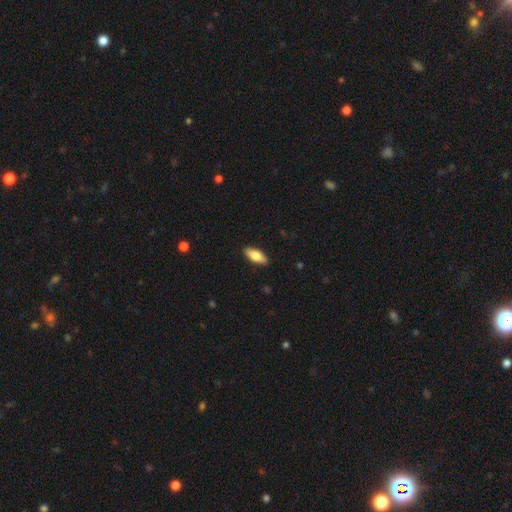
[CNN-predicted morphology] A smooth galaxy with no disk features (72%) that is in between round and cigar-shaped (75%).

Vote fractions:
- Smooth or featured? smooth: 72% / featured or disk: 22% / star or artifact: 6%
- How rounded? in between: 75% / cigar-shaped: 23% / round: 2%
- Merging? none: 89% / minor disturbance: 8% / major disturbance: 2% / merger: 1%